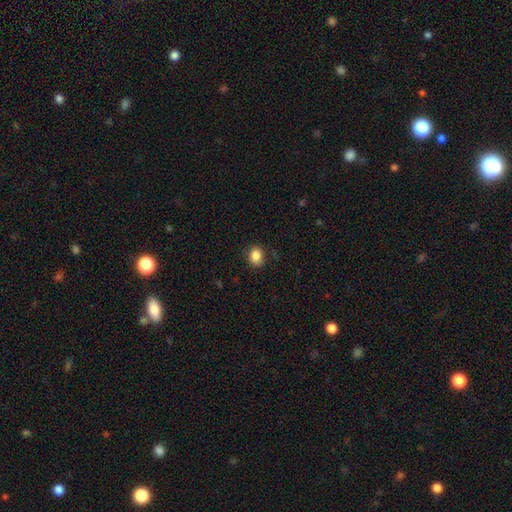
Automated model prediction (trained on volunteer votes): The model was most divided on "how rounded": round: 51%, in between: 48%, cigar-shaped: 1%. More confident: smooth or featured — smooth (86%); merging — none (83%).